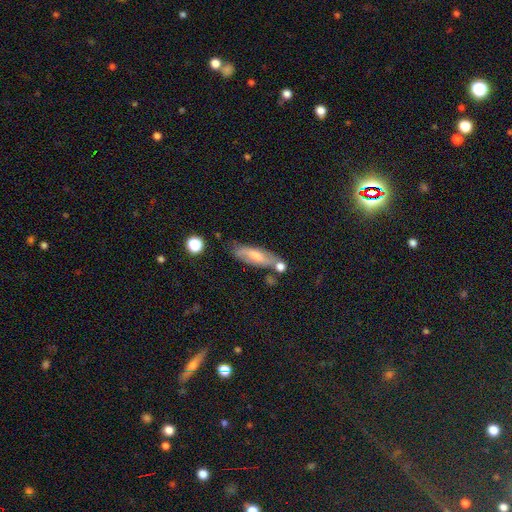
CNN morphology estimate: Smooth or featured? smooth (54%)
How rounded? cigar-shaped (51%)
Merging? none (64%)